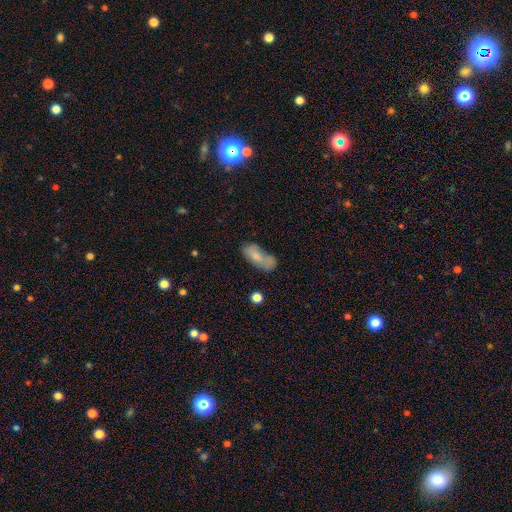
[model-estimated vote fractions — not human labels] Overall: smooth (72%). How rounded: in between (83%). Merging: none (38%; minor disturbance 24%).